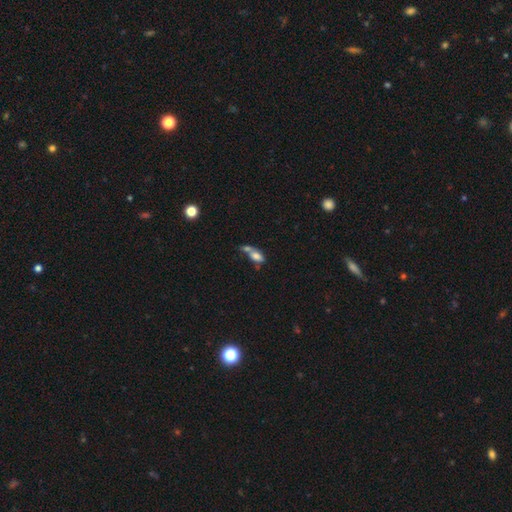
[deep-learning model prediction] This is likely a smooth galaxy (72%). How rounded: clearly in between (84%). Merging: possibly merger (51%).